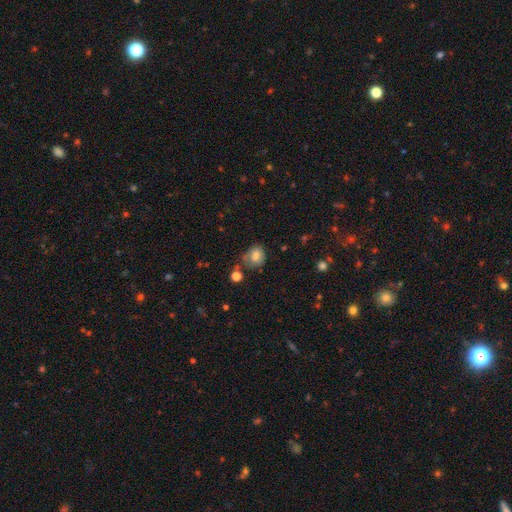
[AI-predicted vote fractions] Overall: smooth (74%). How rounded: round (60%; in between 39%). Merging: none (52%; minor disturbance 28%).